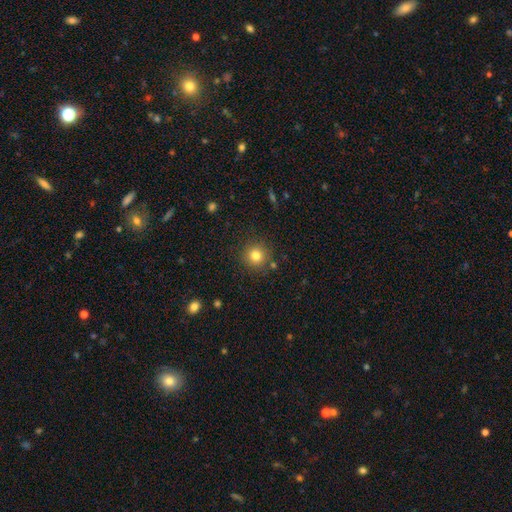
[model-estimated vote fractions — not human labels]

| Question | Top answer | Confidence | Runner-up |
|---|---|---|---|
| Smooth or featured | smooth | 80% | star or artifact (13%) |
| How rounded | round | 94% | in between (5%) |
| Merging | none | 86% | minor disturbance (8%) |